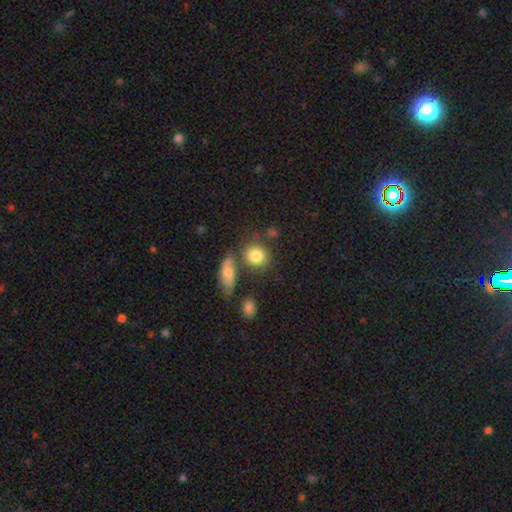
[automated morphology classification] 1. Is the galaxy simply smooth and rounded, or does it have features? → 82% smooth, 9% featured or disk, 9% star or artifact.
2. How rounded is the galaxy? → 72% round, 26% in between, 2% cigar-shaped.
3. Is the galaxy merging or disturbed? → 66% none, 16% merger, 13% minor disturbance, 5% major disturbance.